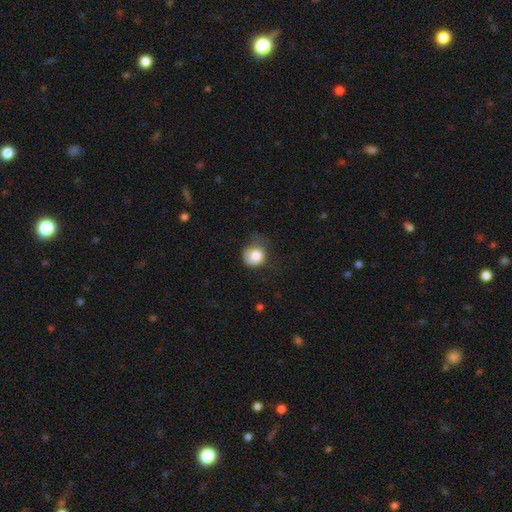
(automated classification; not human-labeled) Morphology: type=smooth (79%); roundness=round (72%); merging=minor disturbance (38%).